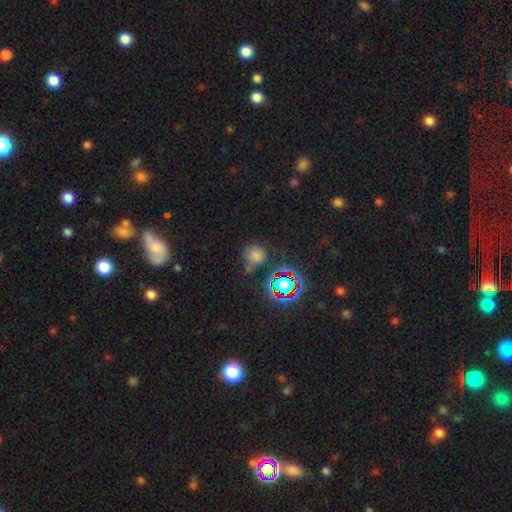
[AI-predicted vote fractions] smooth-or-featured: smooth: 60% | star or artifact: 32% | featured or disk: 8%
  how-rounded: round: 81% | in between: 17% | cigar-shaped: 1%
  merging: none: 61% | minor disturbance: 21% | major disturbance: 10% | merger: 9%